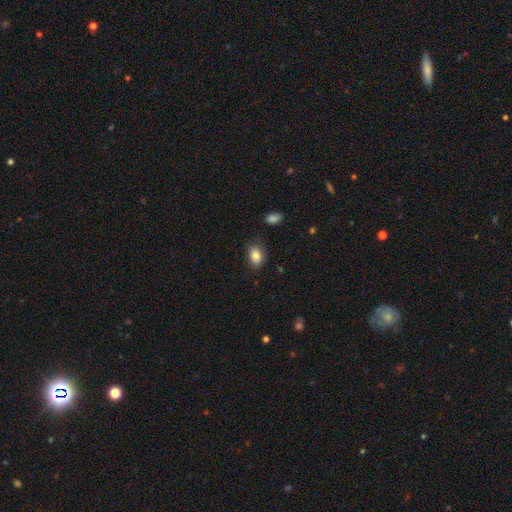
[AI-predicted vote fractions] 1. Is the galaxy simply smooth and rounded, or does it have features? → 84% smooth, 9% star or artifact, 8% featured or disk.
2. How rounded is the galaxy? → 80% in between, 19% round, 1% cigar-shaped.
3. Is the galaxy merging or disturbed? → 80% none, 16% minor disturbance, 3% major disturbance, 2% merger.